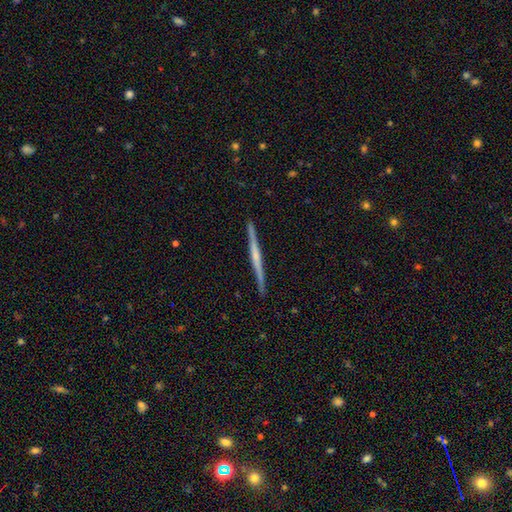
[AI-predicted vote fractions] Q: Smooth or featured?
A: featured or disk (71%); runner-up: smooth (23%)
Q: Edge-on disk?
A: yes (98%); runner-up: no (2%)
Q: Edge-on bulge?
A: rounded (45%); runner-up: none (44%)
Q: Merging?
A: none (92%); runner-up: minor disturbance (6%)